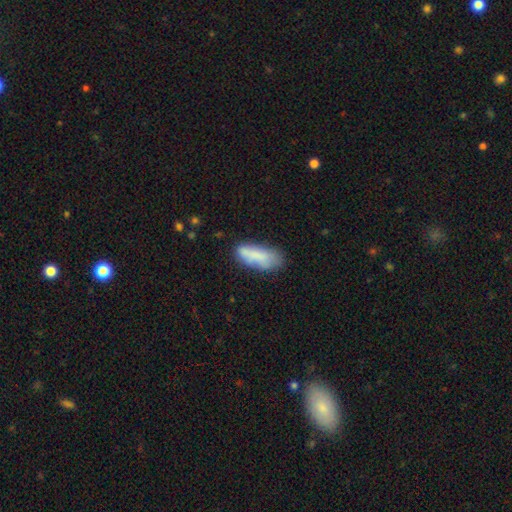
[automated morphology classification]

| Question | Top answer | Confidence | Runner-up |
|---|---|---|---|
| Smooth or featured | smooth | 77% | featured or disk (15%) |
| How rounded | in between | 67% | cigar-shaped (31%) |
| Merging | none | 55% | minor disturbance (28%) |